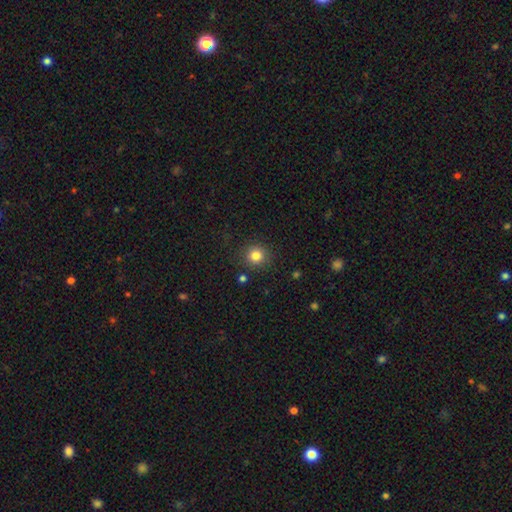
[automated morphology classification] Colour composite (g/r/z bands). It shows a smooth galaxy with no disk features (83%) that is round (92%). Merging: none (88%).